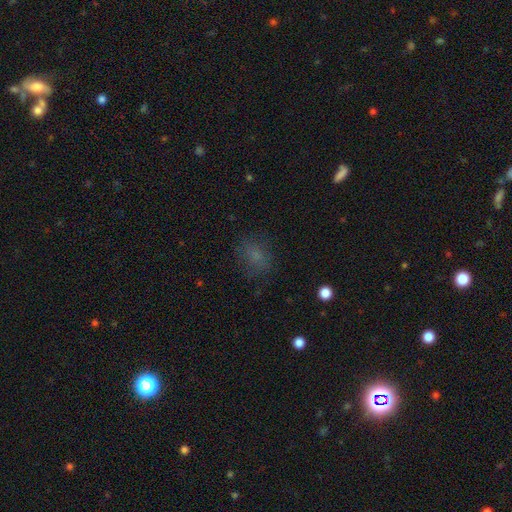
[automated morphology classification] Q: Smooth or featured?
A: smooth (67%); runner-up: star or artifact (19%)
Q: How rounded?
A: in between (59%); runner-up: round (39%)
Q: Merging?
A: none (72%); runner-up: minor disturbance (17%)